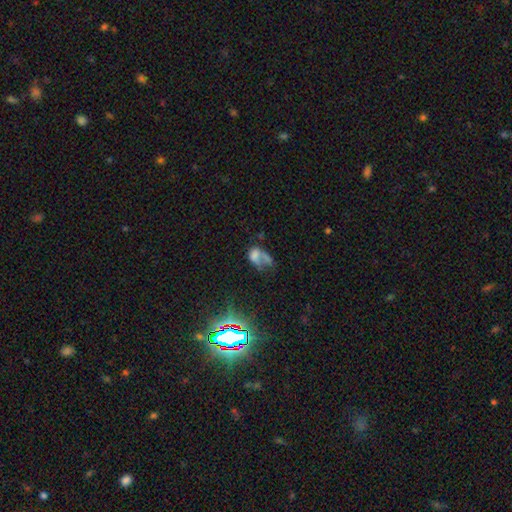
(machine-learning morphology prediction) smooth_or_featured: smooth (p=0.51) [alt: featured or disk p=0.31]
how_rounded: in between (p=0.82) [alt: round p=0.16]
merging: major disturbance (p=0.36) [alt: merger p=0.28]